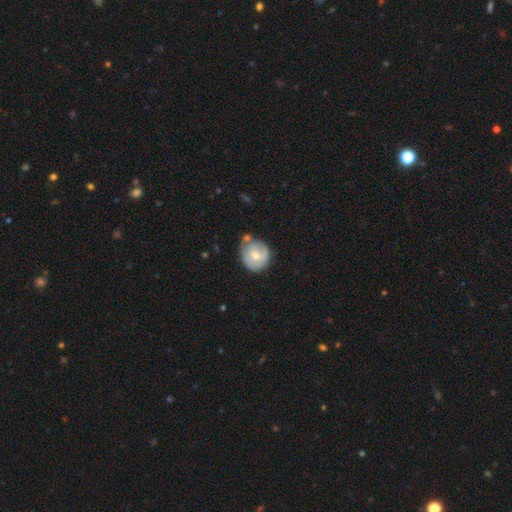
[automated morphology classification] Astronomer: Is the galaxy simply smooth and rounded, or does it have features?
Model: smooth — 58% (runner-up: featured or disk, 36%).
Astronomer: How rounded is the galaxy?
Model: round — 88%.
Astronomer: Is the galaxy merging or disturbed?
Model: none — 56%.